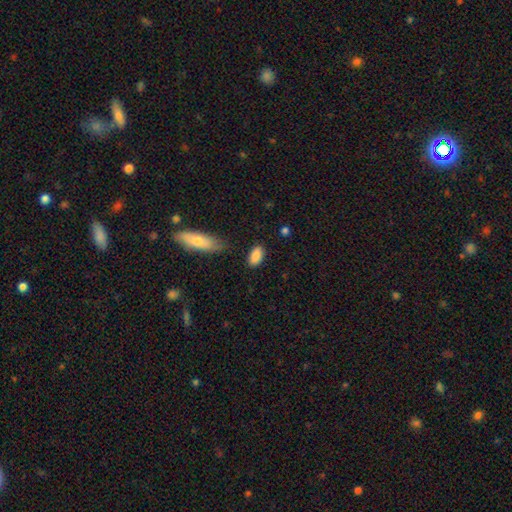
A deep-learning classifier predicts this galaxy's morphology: smooth-or-featured: smooth: 88% | star or artifact: 7% | featured or disk: 5%
  how-rounded: in between: 92% | cigar-shaped: 4% | round: 4%
  merging: none: 81% | minor disturbance: 13% | major disturbance: 3% | merger: 2%